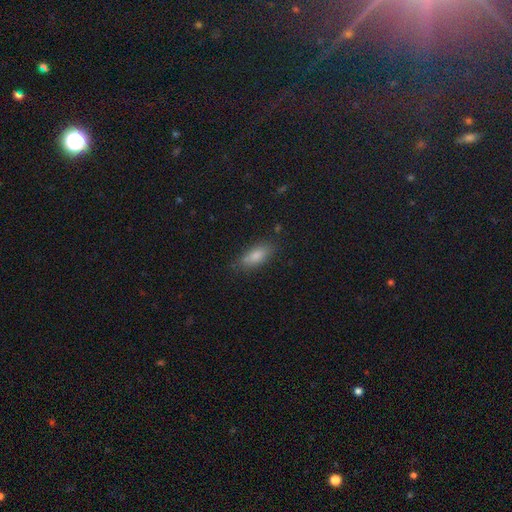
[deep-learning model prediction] This is likely a smooth galaxy (76%). How rounded: likely in between (73%). Merging: likely none (78%).